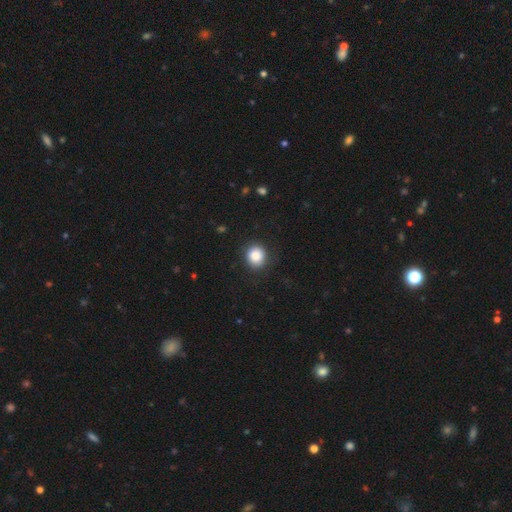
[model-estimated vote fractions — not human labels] Smooth or featured: smooth — 87% (star or artifact — 9%)
How rounded: round — 86% (in between — 13%)
Merging: none — 86% (minor disturbance — 10%)